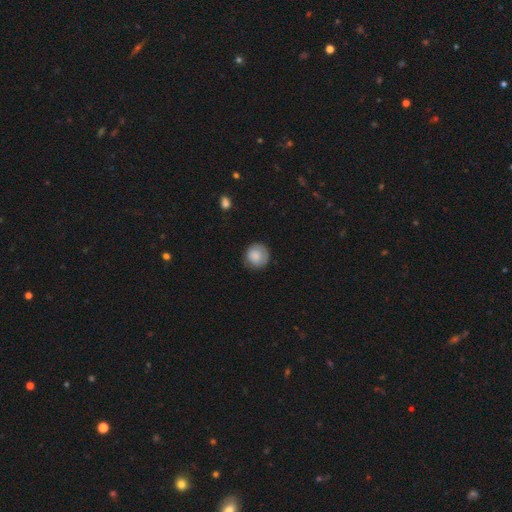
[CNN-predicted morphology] A smooth galaxy with no disk features (82%) that is round (90%).

Vote fractions:
- Smooth or featured? smooth: 82% / featured or disk: 11% / star or artifact: 7%
- How rounded? round: 90% / in between: 9% / cigar-shaped: 1%
- Merging? none: 78% / minor disturbance: 17% / major disturbance: 4% / merger: 1%